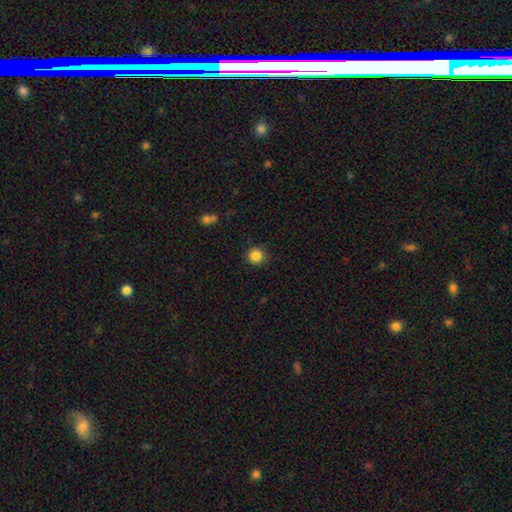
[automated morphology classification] This appears to be a smooth galaxy with no disk features (85%) that is round (94%). Merging: none (90%).